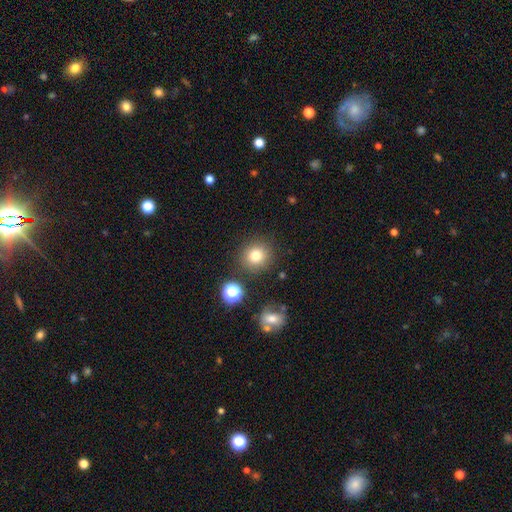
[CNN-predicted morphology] A smooth galaxy with no disk features (79%) that is round (90%).

Vote fractions:
- Smooth or featured? smooth: 79% / star or artifact: 13% / featured or disk: 8%
- How rounded? round: 90% / in between: 9% / cigar-shaped: 1%
- Merging? none: 85% / minor disturbance: 8% / merger: 4% / major disturbance: 3%